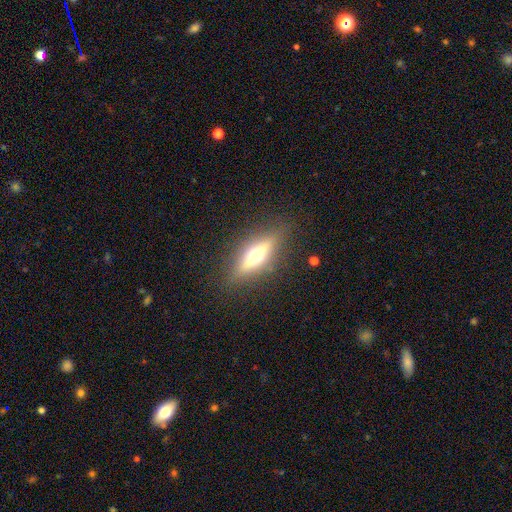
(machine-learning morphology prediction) A featured or disk galaxy (65%) viewed edge-on (92%) with a rounded central bulge (94%). Merging: none (87%).